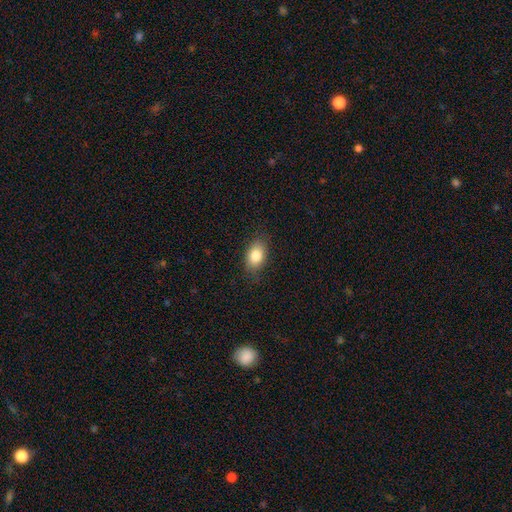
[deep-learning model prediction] This appears to be a smooth galaxy with no disk features (83%) that is in between round and cigar-shaped (85%). Merging: none (83%).